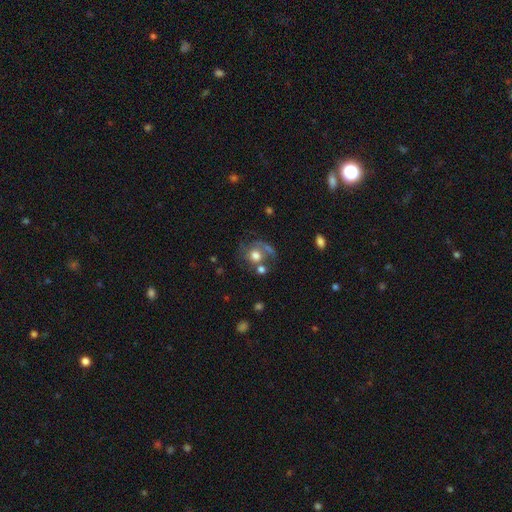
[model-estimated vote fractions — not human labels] Smooth or featured? Predicted: smooth (p=0.50). Merging? Predicted: none (p=0.42).